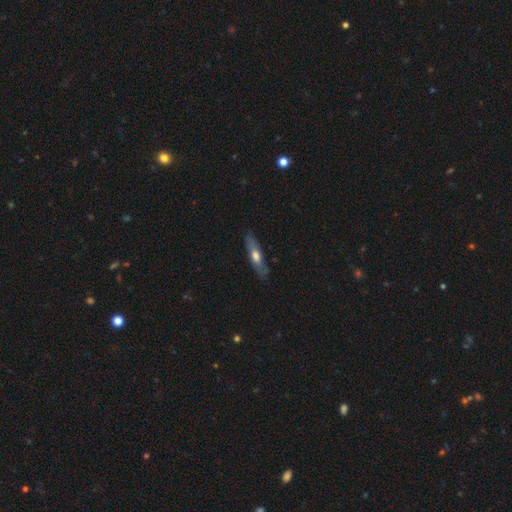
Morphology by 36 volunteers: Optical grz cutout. It shows a featured or disk galaxy (58%) viewed edge-on (62%) with a rounded central bulge (85%). Merging: none (74%).